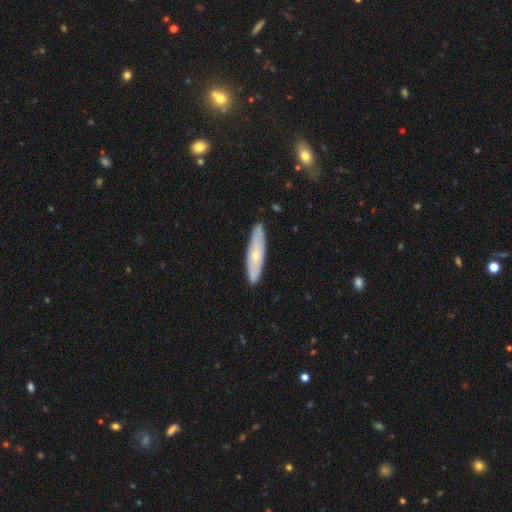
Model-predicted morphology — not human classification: type=smooth (47%, tied with featured or disk); merging=none (87%).